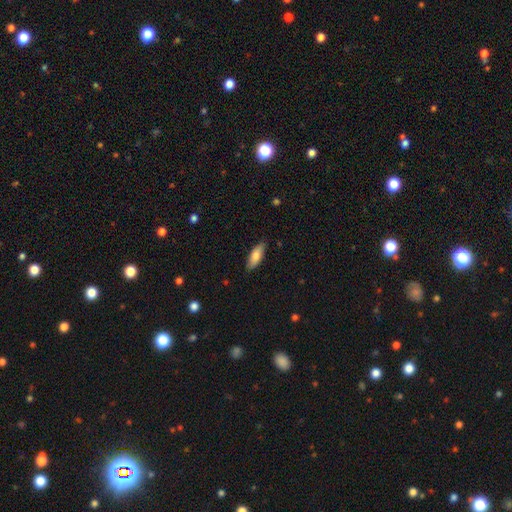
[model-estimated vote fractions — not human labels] smooth_or_featured: smooth (p=0.79) [alt: featured or disk p=0.15]
how_rounded: in between (p=0.70) [alt: cigar-shaped p=0.28]
merging: none (p=0.85) [alt: minor disturbance p=0.12]